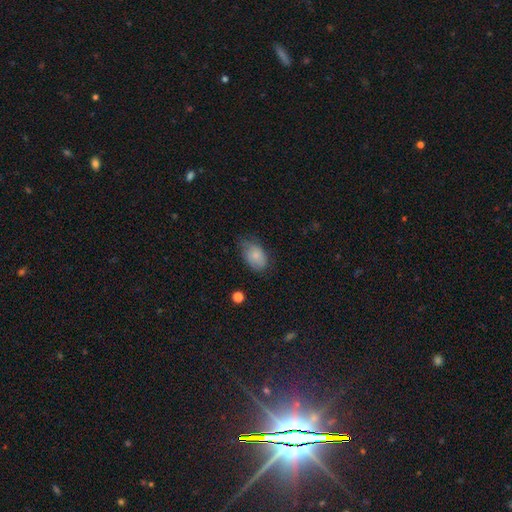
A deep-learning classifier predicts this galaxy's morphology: Smooth or featured? Predicted: smooth (p=0.78). How rounded? Predicted: in between (p=0.87). Merging? Predicted: none (p=0.52).